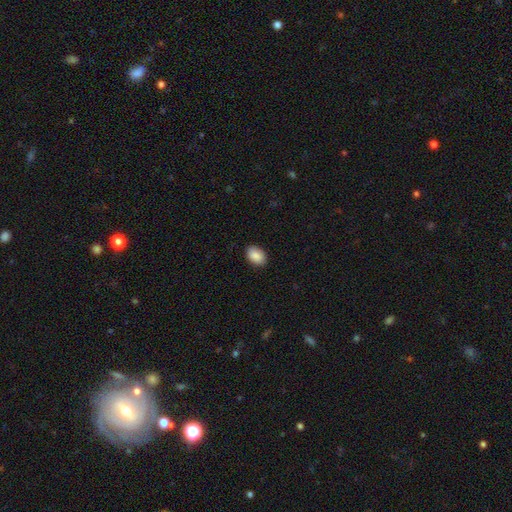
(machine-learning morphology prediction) Smooth or featured?
  - smooth: 89% *
  - star or artifact: 7%
  - featured or disk: 4%
How rounded?
  - in between: 80% *
  - round: 19%
  - cigar-shaped: 1%
Merging?
  - none: 89% *
  - minor disturbance: 8%
  - major disturbance: 2%
  - merger: 1%